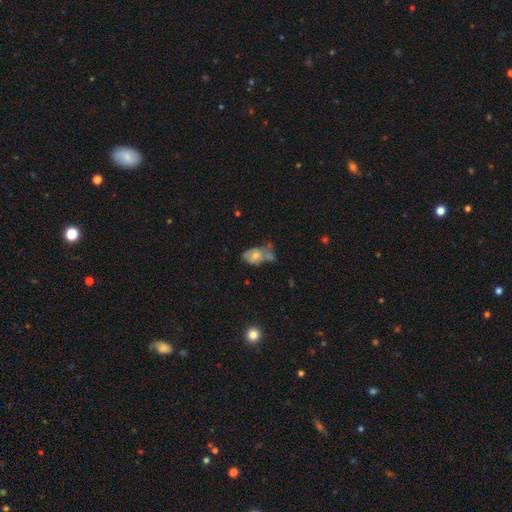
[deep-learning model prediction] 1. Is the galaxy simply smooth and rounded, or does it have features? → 56% smooth, 34% featured or disk, 10% star or artifact.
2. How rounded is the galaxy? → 83% in between, 15% round, 2% cigar-shaped.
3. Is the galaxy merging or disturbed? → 31% merger, 27% none, 25% minor disturbance, 16% major disturbance.